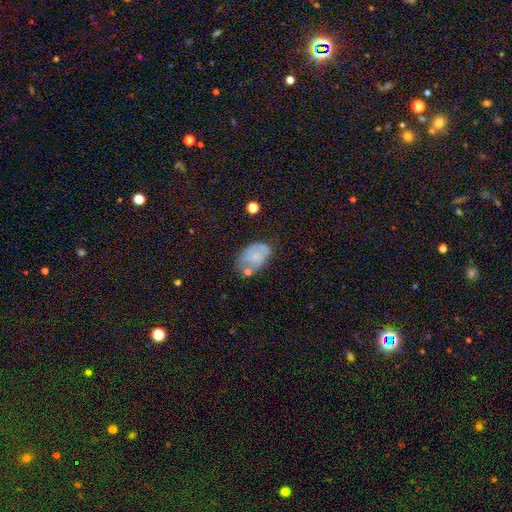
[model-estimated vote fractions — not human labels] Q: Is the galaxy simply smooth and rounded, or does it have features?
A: smooth — 57%.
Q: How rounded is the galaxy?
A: in between — 87%.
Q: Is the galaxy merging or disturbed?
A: none — 47%.